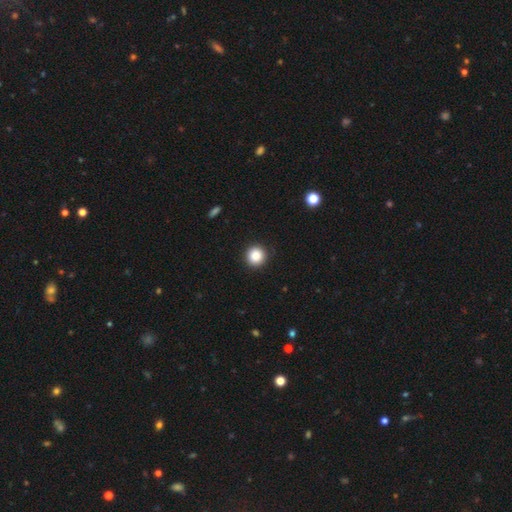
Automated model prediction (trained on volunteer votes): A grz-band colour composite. It shows a smooth galaxy with no disk features (86%) that is round (95%). Merging: none (92%).